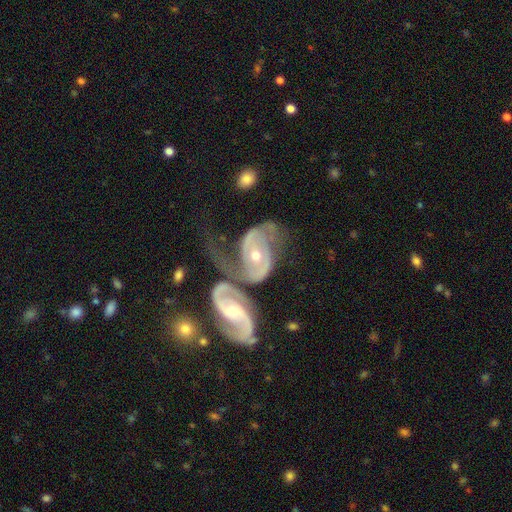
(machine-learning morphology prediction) smooth-or-featured: featured or disk: 87% | smooth: 8% | star or artifact: 5%
  disk-edge-on: no: 96% | yes: 4%
    bar: no: 52% | weak: 32% | strong: 16%
    has-spiral-arms: yes: 94% | no: 6%
      spiral-winding: medium: 48% | loose: 29% | tight: 23%
      spiral-arm-count: 2: 85% | can't tell: 7% | 1: 3% | 3: 2% | 4: 1% | more than 4: 1%
    bulge-size: moderate: 57% | small: 39% | large: 2% | none: 1% | dominant: 1%
  merging: merger: 54% | none: 19% | major disturbance: 14% | minor disturbance: 12%